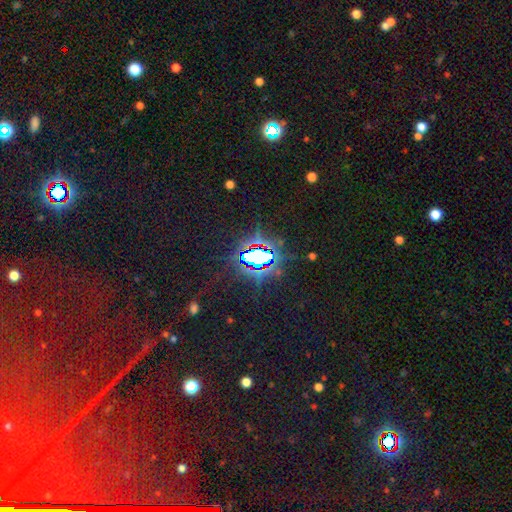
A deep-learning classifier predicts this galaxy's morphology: Smooth or featured: star or artifact — 77% (smooth — 13%)